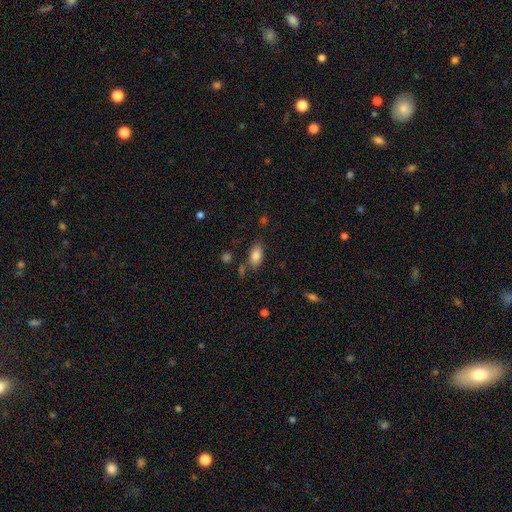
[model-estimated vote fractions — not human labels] smooth 83%, featured or disk 9%, star or artifact 8%. Down the decision tree: how rounded — in between (90%); merging — none (76%).